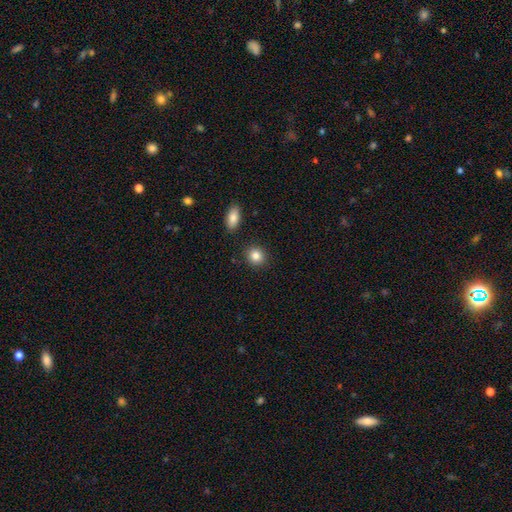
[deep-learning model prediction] Smooth or featured? Predicted: smooth (p=0.85). How rounded? Predicted: round (p=0.81). Merging? Predicted: none (p=0.88).